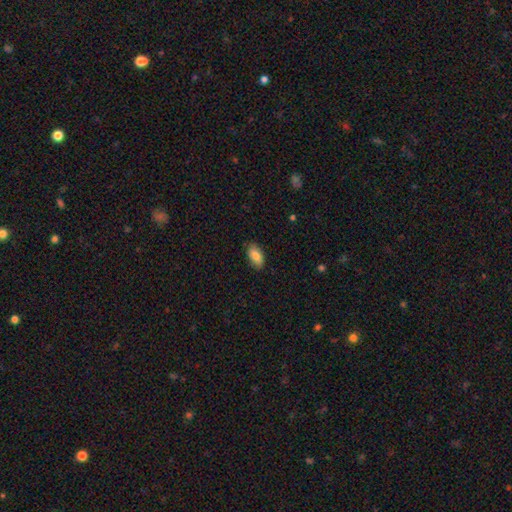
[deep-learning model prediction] Smooth or featured? Predicted: smooth (p=0.82). How rounded? Predicted: in between (p=0.92). Merging? Predicted: none (p=0.85).